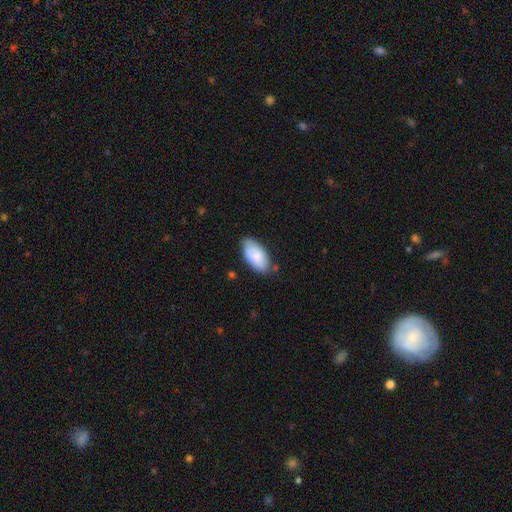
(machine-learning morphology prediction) type=smooth (81%); roundness=in between (95%); merging=none (72%).